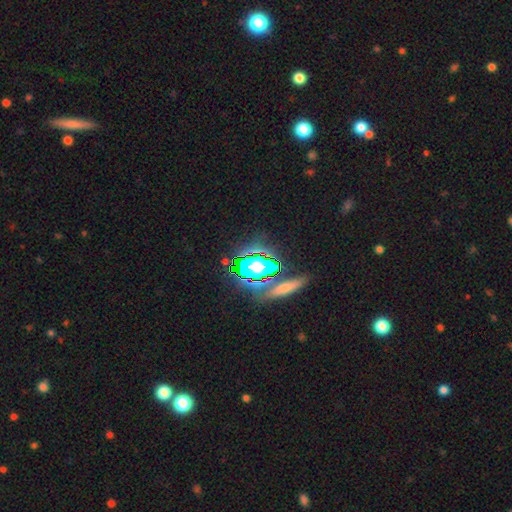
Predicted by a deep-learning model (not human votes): smooth_or_featured: star or artifact (p=0.76) [alt: smooth p=0.14]